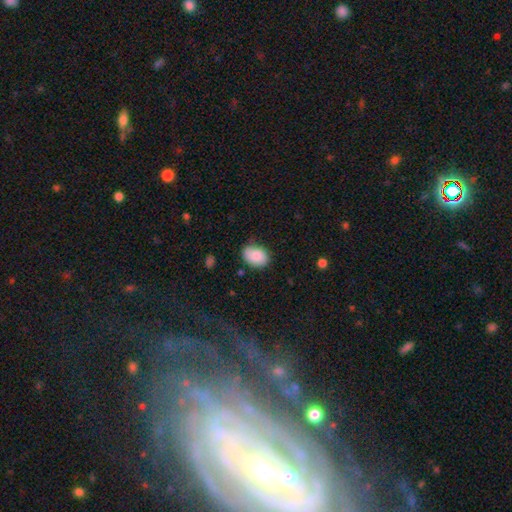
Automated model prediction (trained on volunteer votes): Smooth or featured? Predicted: smooth (p=0.84). How rounded? Predicted: in between (p=0.76). Merging? Predicted: none (p=0.66).